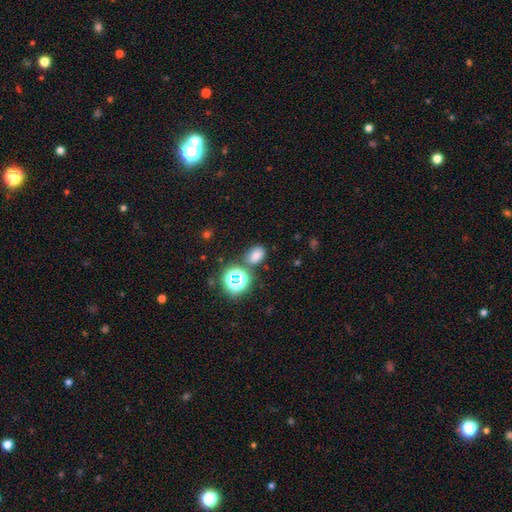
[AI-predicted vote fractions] Smooth or featured: smooth — 71% (star or artifact — 22%)
How rounded: in between — 68% (round — 31%)
Merging: none — 74% (minor disturbance — 13%)